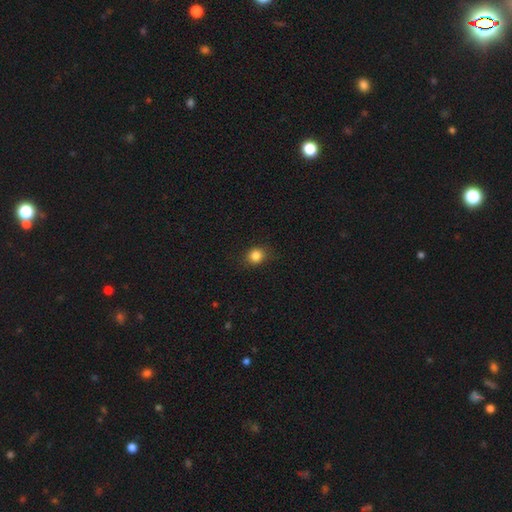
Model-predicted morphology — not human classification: smooth 83%, star or artifact 12%, featured or disk 5%. Down the decision tree: how rounded — round (78%); merging — none (86%).